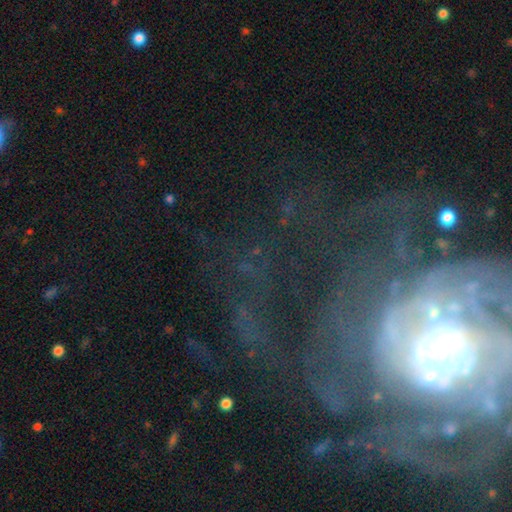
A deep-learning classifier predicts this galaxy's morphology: A featured or disk galaxy (64%) with no bar (46%), spiral arms (73%) and a small central bulge (46%).

Vote fractions:
- Smooth or featured? featured or disk: 64% / star or artifact: 23% / smooth: 13%
- Edge-on disk? no: 91% / yes: 9%
- Bar? no: 46% / weak: 30% / strong: 24%
- Spiral arms? yes: 73% / no: 27%
- Bulge size? small: 46% / moderate: 36% / large: 8% / none: 7% / dominant: 3%
- Merging? none: 52% / major disturbance: 27% / minor disturbance: 15% / merger: 7%